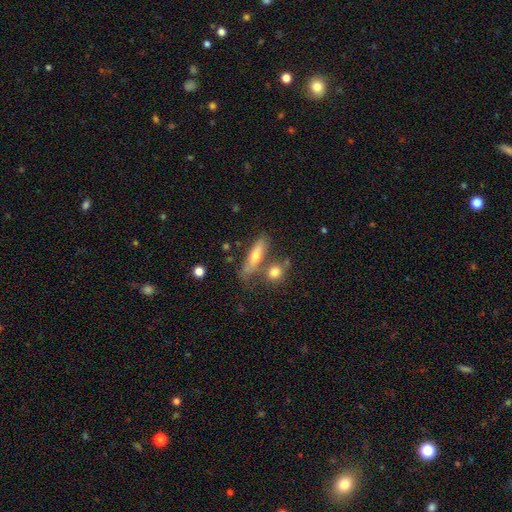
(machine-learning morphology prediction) smooth 59%, featured or disk 33%, star or artifact 7%. Down the decision tree: how rounded — cigar-shaped (67%); merging — none (61%).